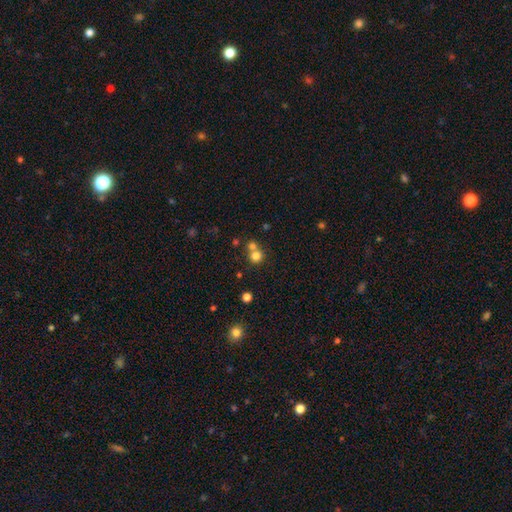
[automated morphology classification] Smooth or featured: smooth — 76% (star or artifact — 14%)
How rounded: round — 90% (in between — 9%)
Merging: none — 50% (merger — 41%)